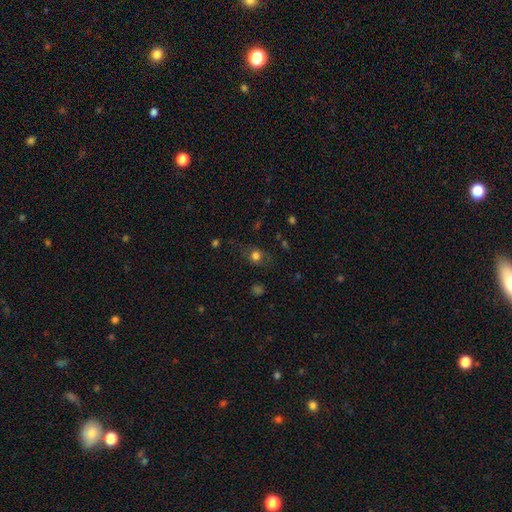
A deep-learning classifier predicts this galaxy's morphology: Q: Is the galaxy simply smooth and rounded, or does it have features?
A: smooth — 74%.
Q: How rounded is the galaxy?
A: round — 70%.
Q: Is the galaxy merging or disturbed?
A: none — 71%.